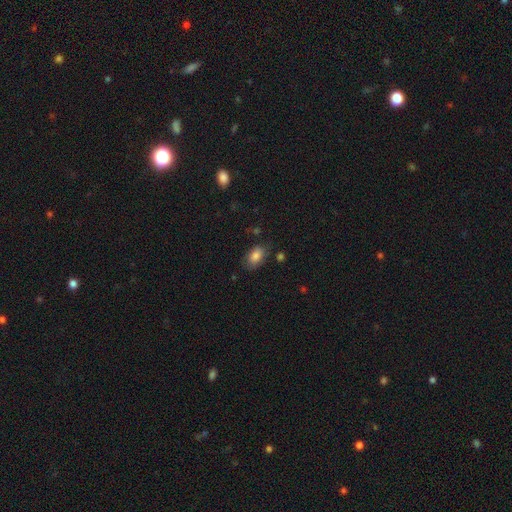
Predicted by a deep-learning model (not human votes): Smooth or featured? smooth (82%)
How rounded? in between (89%)
Merging? none (72%)